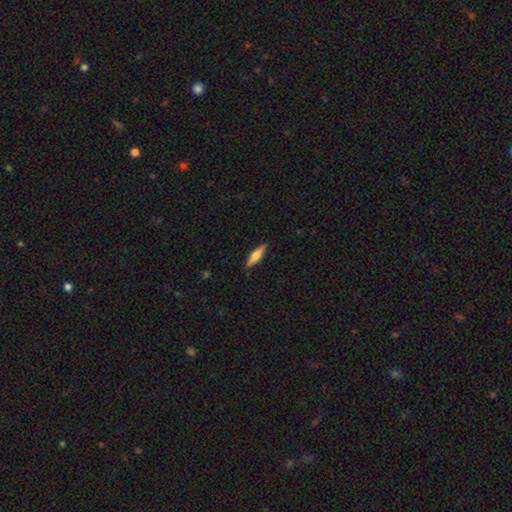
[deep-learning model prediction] Q: Smooth or featured?
A: smooth (54%); runner-up: featured or disk (40%)
Q: How rounded?
A: cigar-shaped (74%); runner-up: in between (24%)
Q: Merging?
A: none (88%); runner-up: minor disturbance (9%)